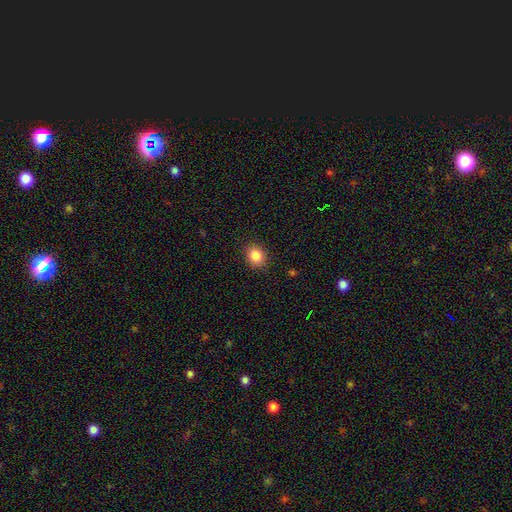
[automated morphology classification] A smooth galaxy with no disk features (85%) that is round (52%). Merging: none (89%).